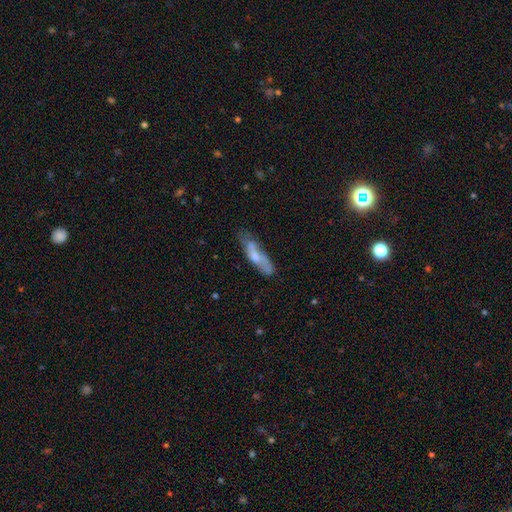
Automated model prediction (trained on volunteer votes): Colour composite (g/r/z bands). It shows a smooth galaxy with no disk features (53%) that is cigar-shaped (63%). Merging: none (51%).